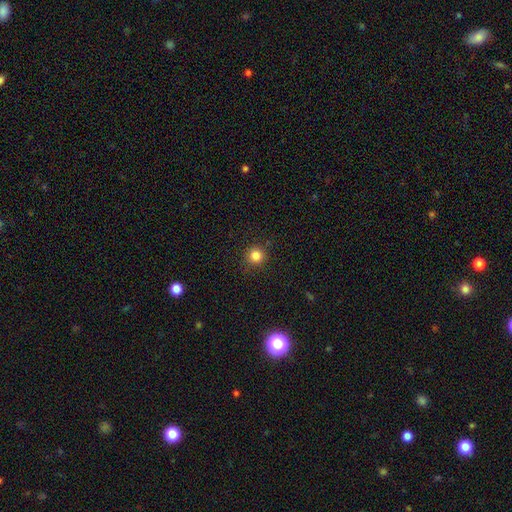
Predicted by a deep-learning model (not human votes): Smooth or featured?
  - smooth: 83% *
  - star or artifact: 12%
  - featured or disk: 4%
How rounded?
  - round: 94% *
  - in between: 5%
  - cigar-shaped: 1%
Merging?
  - none: 89% *
  - minor disturbance: 7%
  - major disturbance: 2%
  - merger: 1%